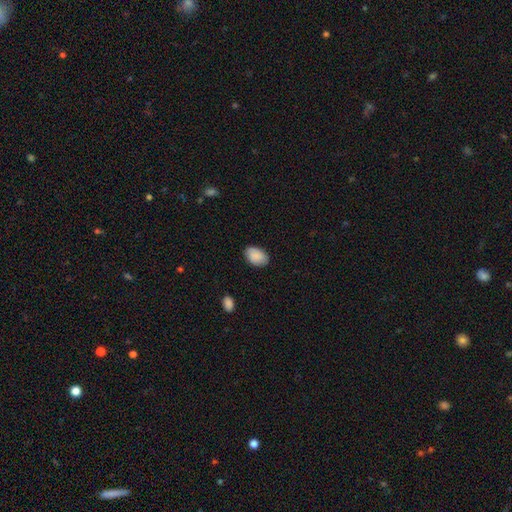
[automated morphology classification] A smooth galaxy with no disk features (88%) that is in between round and cigar-shaped (87%).

Vote fractions:
- Smooth or featured? smooth: 88% / star or artifact: 7% / featured or disk: 5%
- How rounded? in between: 87% / round: 12% / cigar-shaped: 1%
- Merging? none: 82% / minor disturbance: 14% / major disturbance: 3% / merger: 1%